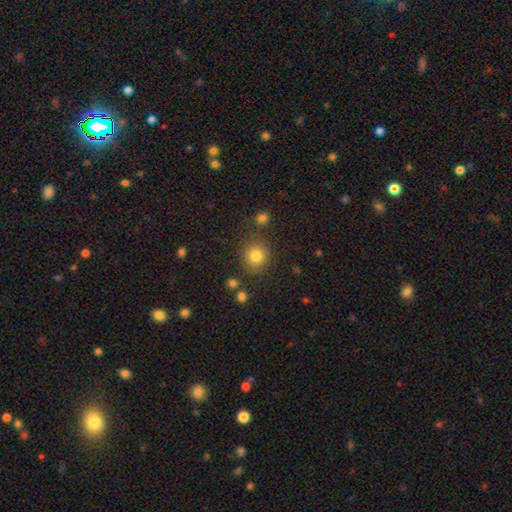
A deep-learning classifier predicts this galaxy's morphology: This appears to be a smooth galaxy with no disk features (82%) that is round (90%). Merging: none (83%).